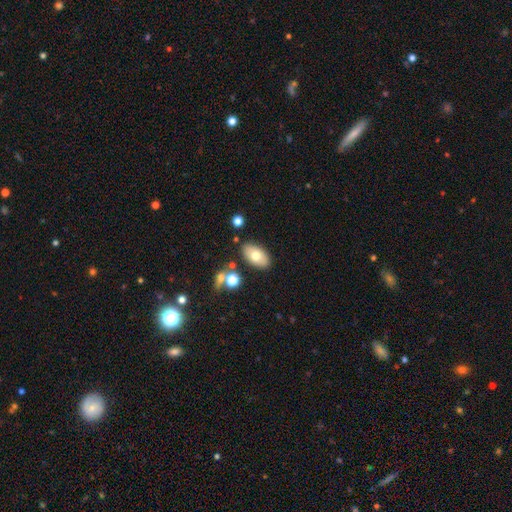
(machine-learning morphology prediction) smooth-or-featured: smooth: 70% | featured or disk: 21% | star or artifact: 9%
  how-rounded: in between: 93% | round: 5% | cigar-shaped: 2%
  merging: none: 81% | minor disturbance: 11% | merger: 5% | major disturbance: 3%